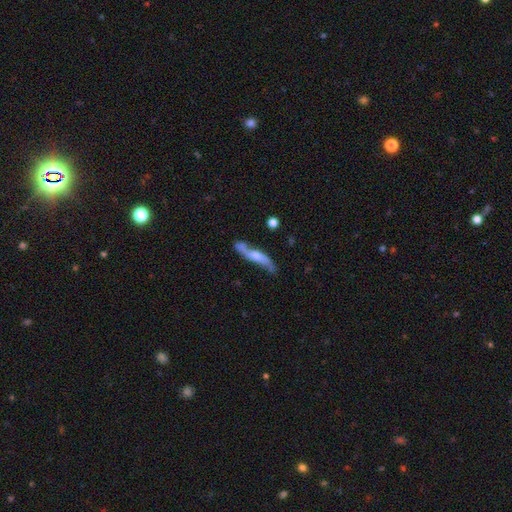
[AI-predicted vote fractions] Smooth or featured?
  - featured or disk: 66% *
  - smooth: 28%
  - star or artifact: 6%
Edge-on disk?
  - no: 54% *
  - yes: 46%
Merging?
  - none: 66% *
  - minor disturbance: 21%
  - major disturbance: 7%
  - merger: 6%